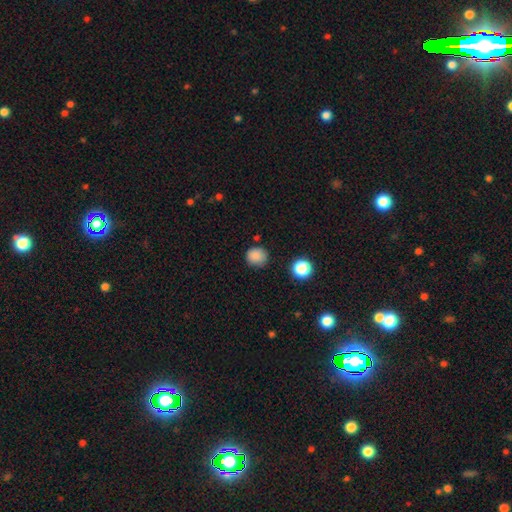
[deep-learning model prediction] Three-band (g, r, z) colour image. It shows a smooth galaxy with no disk features (85%) that is round (88%). Merging: none (80%).